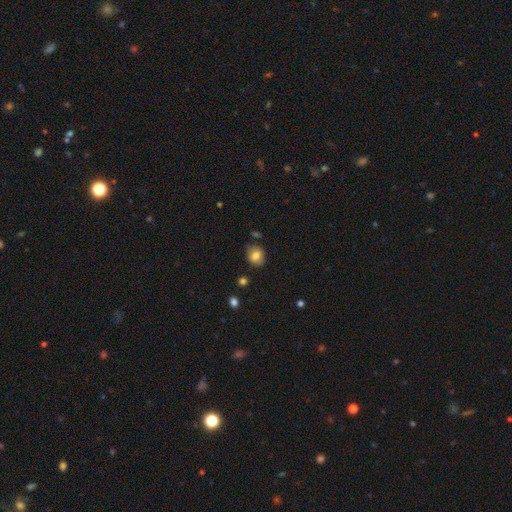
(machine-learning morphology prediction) This is likely a smooth galaxy (78%). How rounded: likely round (63%). Merging: likely none (74%).